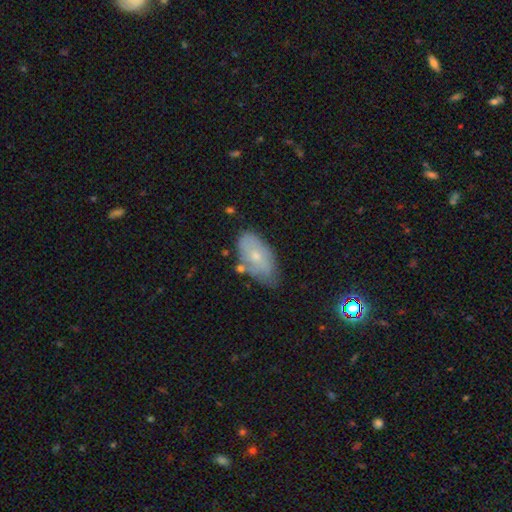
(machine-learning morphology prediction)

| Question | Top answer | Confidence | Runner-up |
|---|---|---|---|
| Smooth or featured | smooth | 57% | featured or disk (36%) |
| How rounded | in between | 92% | round (4%) |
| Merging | none | 57% | minor disturbance (31%) |